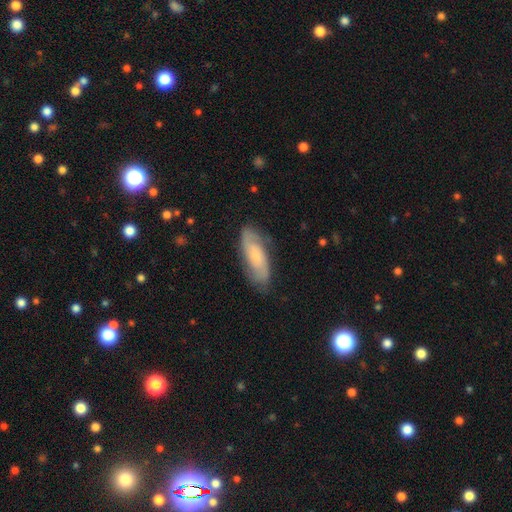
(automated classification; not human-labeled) Morphology: type=featured or disk (61%); edge-on=no (89%); bar=no (66%); spiral arms=yes (91%); bulge=small (58%); merging=none (77%).